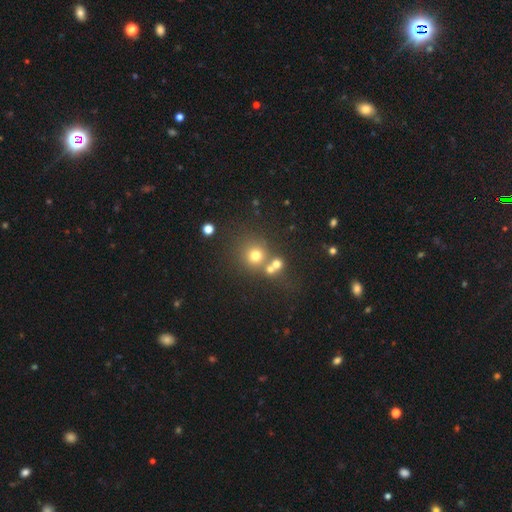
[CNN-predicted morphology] A smooth galaxy with no disk features (69%) that is round (88%). Merging: none (57%).